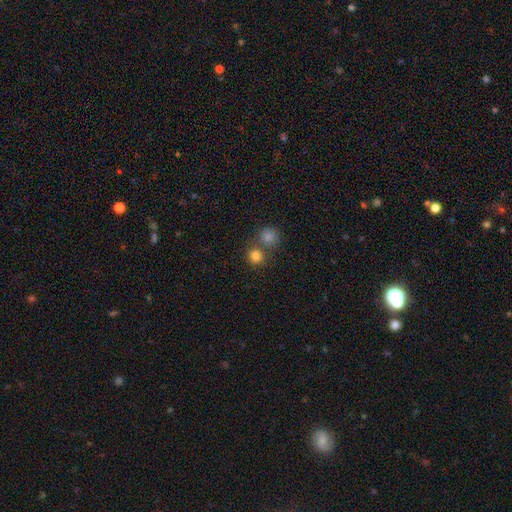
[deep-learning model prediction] A smooth galaxy with no disk features (81%) that is round (86%).

Vote fractions:
- Smooth or featured? smooth: 81% / star or artifact: 13% / featured or disk: 6%
- How rounded? round: 86% / in between: 13% / cigar-shaped: 1%
- Merging? none: 57% / merger: 33% / minor disturbance: 7% / major disturbance: 3%